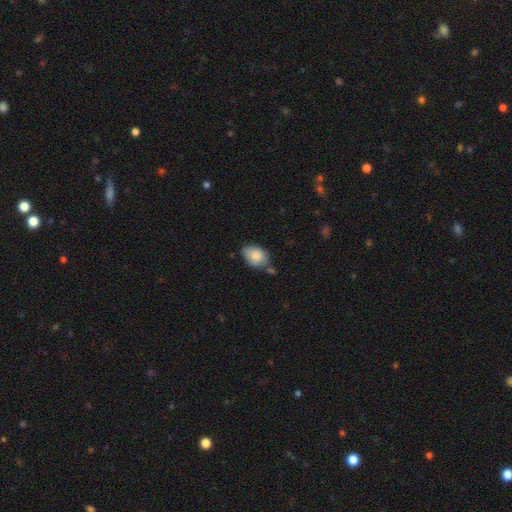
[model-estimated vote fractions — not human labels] smooth_or_featured: smooth (p=0.83) [alt: featured or disk p=0.10]
how_rounded: in between (p=0.79) [alt: round p=0.20]
merging: none (p=0.60) [alt: minor disturbance p=0.26]